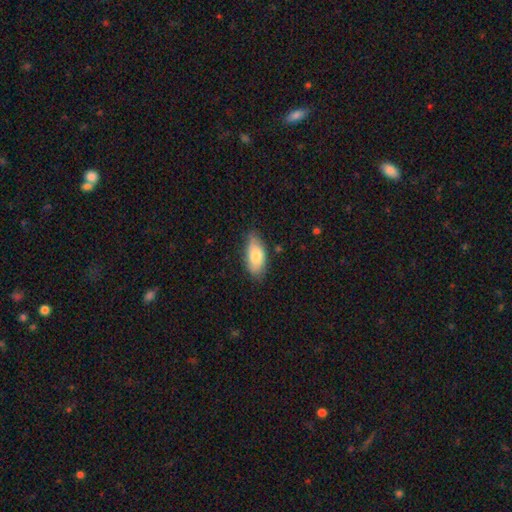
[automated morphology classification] smooth-or-featured: smooth: 77% | featured or disk: 17% | star or artifact: 6%
  how-rounded: in between: 88% | cigar-shaped: 9% | round: 3%
  merging: none: 70% | minor disturbance: 25% | major disturbance: 4% | merger: 1%